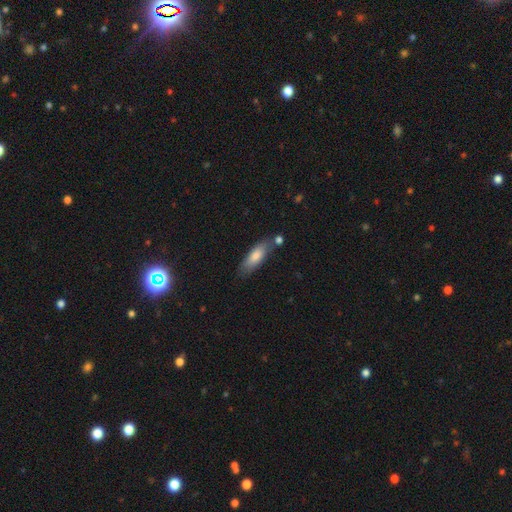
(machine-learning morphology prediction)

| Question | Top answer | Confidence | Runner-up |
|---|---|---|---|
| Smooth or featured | smooth | 76% | featured or disk (17%) |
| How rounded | in between | 53% | cigar-shaped (45%) |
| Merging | none | 67% | minor disturbance (19%) |